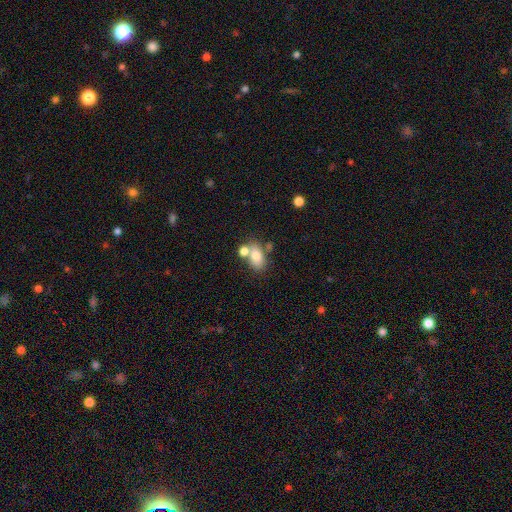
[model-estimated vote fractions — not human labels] Overall: smooth (77%). How rounded: in between (82%). Merging: none (46%; merger 35%).